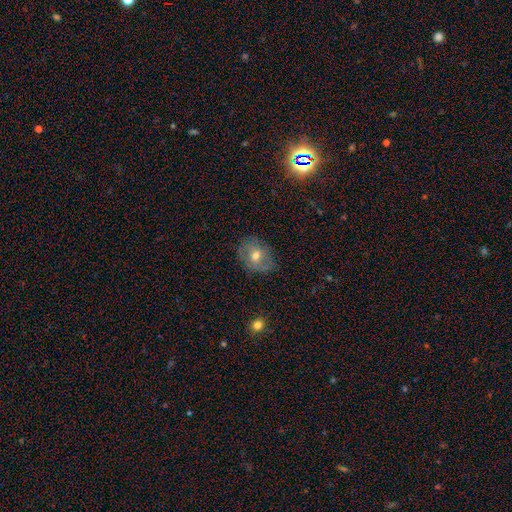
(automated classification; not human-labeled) Overall: smooth (52%; featured or disk 37%). How rounded: in between (53%; round 46%). Merging: none (72%).